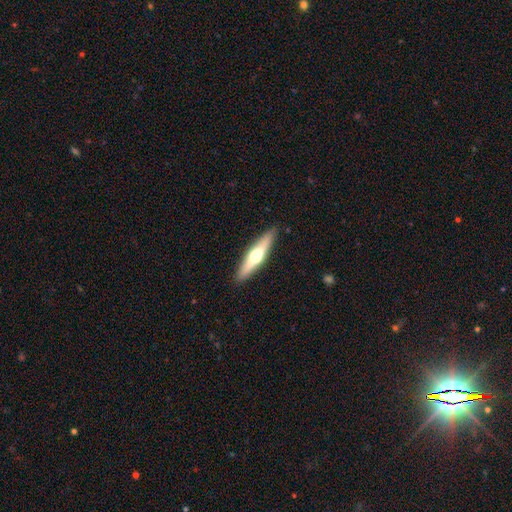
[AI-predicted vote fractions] featured or disk 52%, smooth 43%, star or artifact 5%. Down the decision tree: edge-on disk — yes (93%); merging — none (89%).